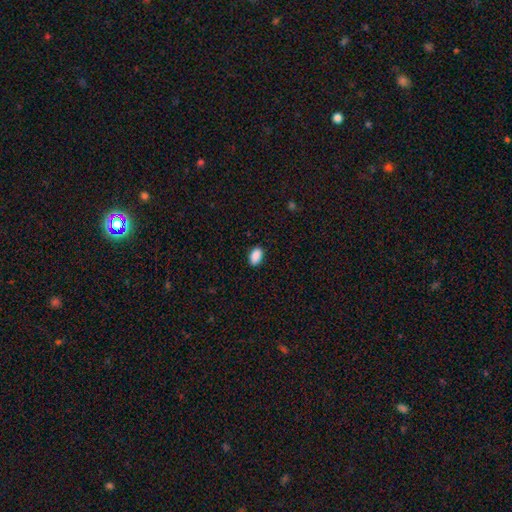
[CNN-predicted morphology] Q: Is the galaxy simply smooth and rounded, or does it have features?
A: smooth — 90%.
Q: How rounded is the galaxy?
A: in between — 92%.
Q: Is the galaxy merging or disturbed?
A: none — 88%.